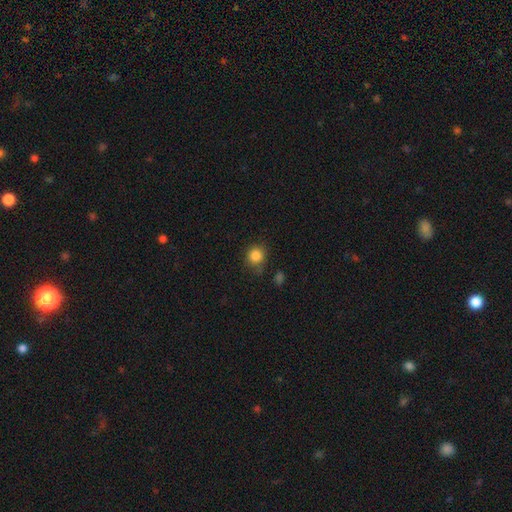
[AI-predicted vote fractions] smooth 85%, star or artifact 11%, featured or disk 4%. Down the decision tree: how rounded — round (86%); merging — none (75%).